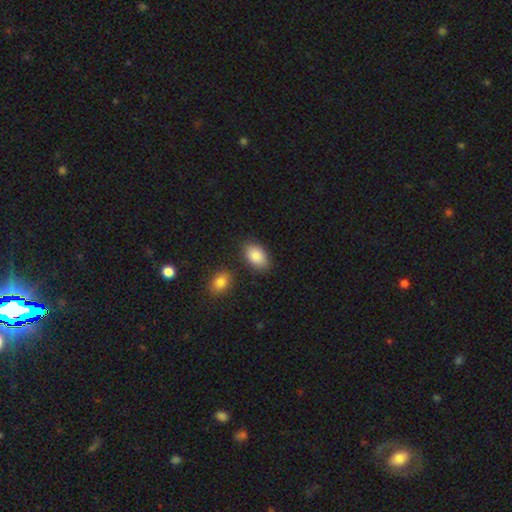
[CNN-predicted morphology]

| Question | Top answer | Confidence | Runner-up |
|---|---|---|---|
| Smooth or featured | smooth | 88% | star or artifact (6%) |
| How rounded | in between | 92% | round (6%) |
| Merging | none | 81% | minor disturbance (11%) |